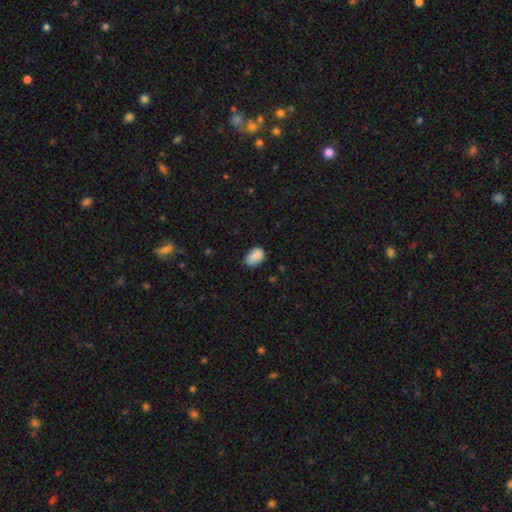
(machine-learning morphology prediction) Smooth or featured?
  - smooth: 84% *
  - star or artifact: 9%
  - featured or disk: 7%
How rounded?
  - in between: 85% *
  - round: 14%
  - cigar-shaped: 1%
Merging?
  - none: 60% *
  - minor disturbance: 30%
  - major disturbance: 7%
  - merger: 3%